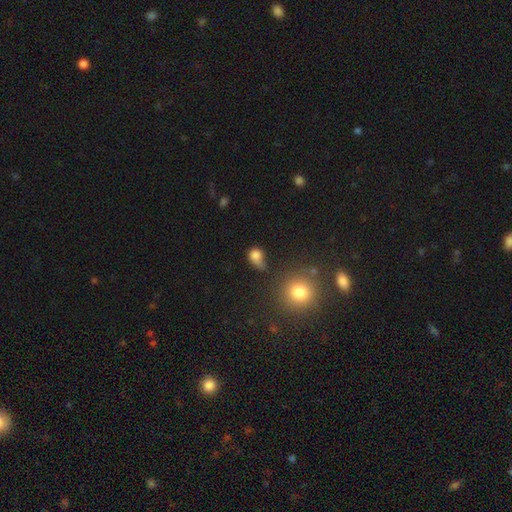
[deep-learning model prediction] Smooth or featured? smooth (77%)
How rounded? round (50%)
Merging? none (34%)